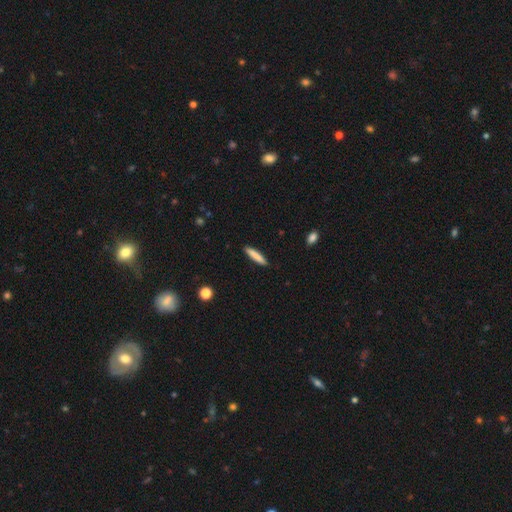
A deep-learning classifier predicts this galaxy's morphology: A smooth galaxy with no disk features (82%) that is cigar-shaped (91%). Merging: none (91%).